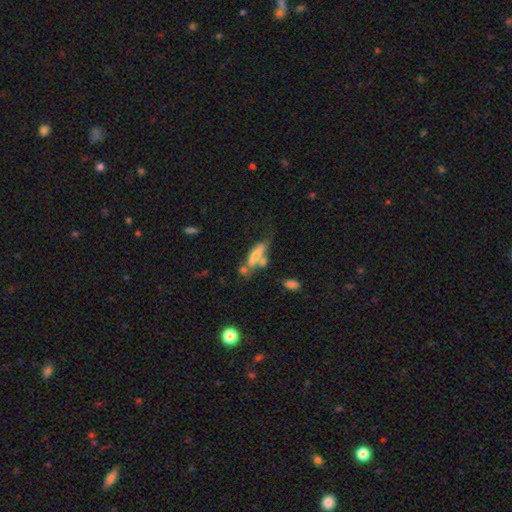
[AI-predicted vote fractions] Overall: smooth (55%; featured or disk 37%). How rounded: cigar-shaped (56%; in between 41%). Merging: none (37%; merger 28%).